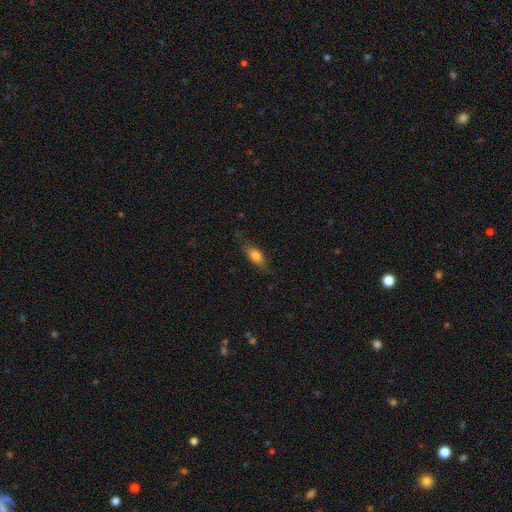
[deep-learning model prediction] Overall: smooth (68%). How rounded: in between (69%). Merging: none (73%).